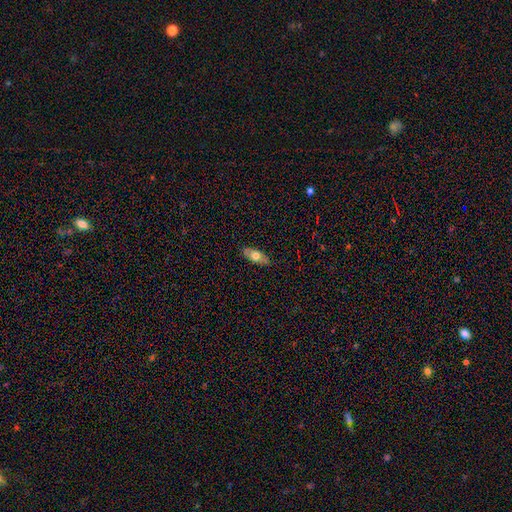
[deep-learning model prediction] Morphology: type=smooth (62%); roundness=in between (83%); merging=none (85%).